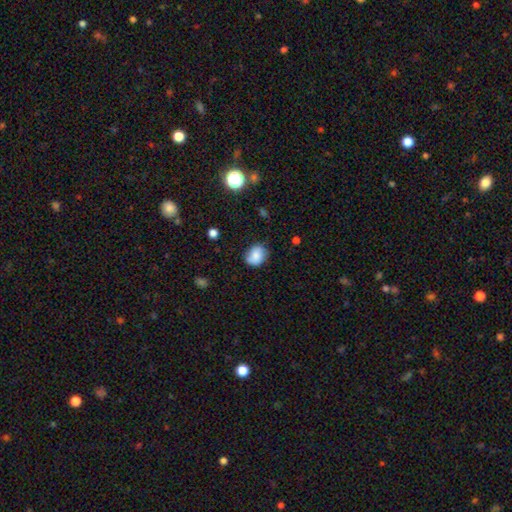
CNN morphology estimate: Smooth or featured: smooth — 81% (featured or disk — 11%)
How rounded: round — 54% (in between — 45%)
Merging: none — 73% (minor disturbance — 21%)